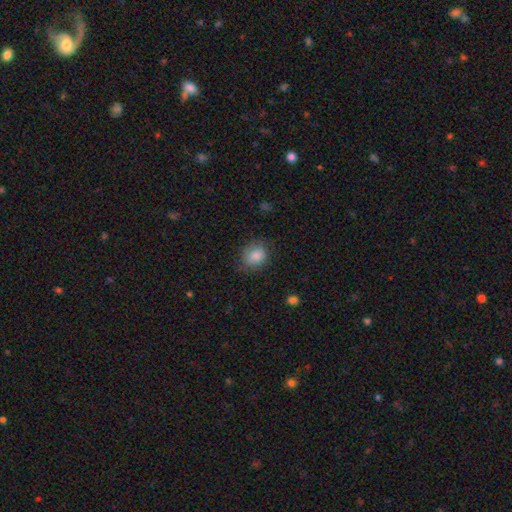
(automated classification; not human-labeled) smooth-or-featured: smooth: 84% | star or artifact: 8% | featured or disk: 8%
  how-rounded: round: 64% | in between: 35% | cigar-shaped: 1%
  merging: none: 72% | minor disturbance: 21% | major disturbance: 6% | merger: 1%